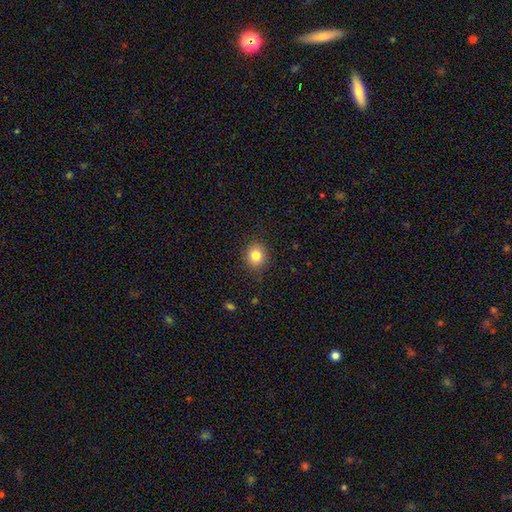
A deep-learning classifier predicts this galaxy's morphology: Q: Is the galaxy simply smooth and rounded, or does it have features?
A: smooth — 82%.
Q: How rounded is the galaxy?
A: round — 83%.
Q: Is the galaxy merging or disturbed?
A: none — 89%.